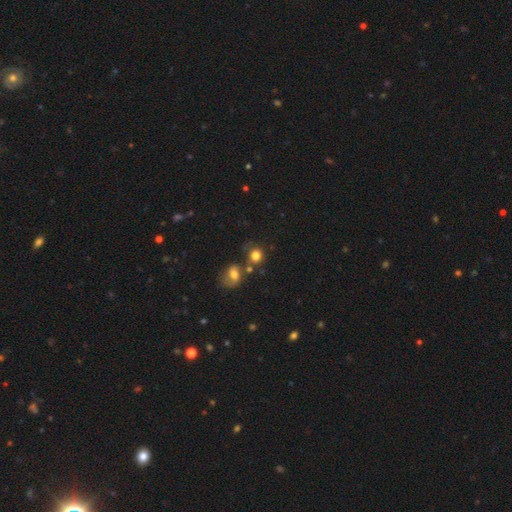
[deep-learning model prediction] A smooth galaxy with no disk features (80%) that is round (80%). Merging: none (56%).